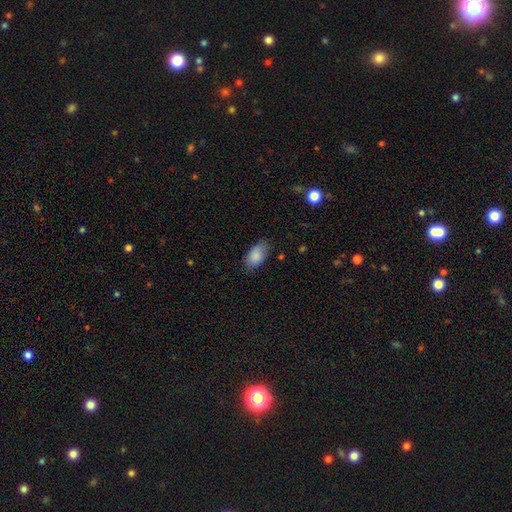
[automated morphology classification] This appears to be a smooth galaxy with no disk features (87%) that is in between round and cigar-shaped (93%). Merging: none (74%).